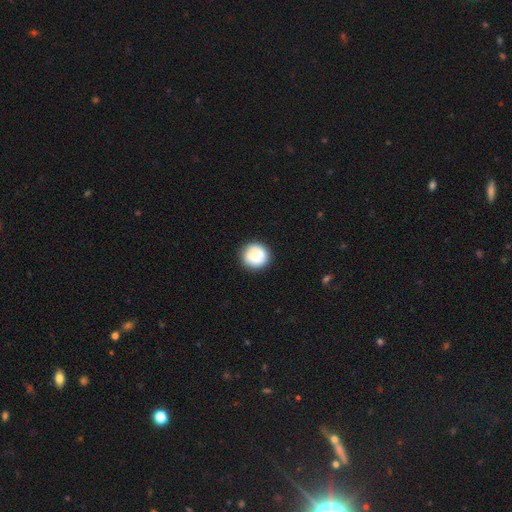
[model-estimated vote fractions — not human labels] Overall: smooth (79%). How rounded: round (94%). Merging: none (86%).